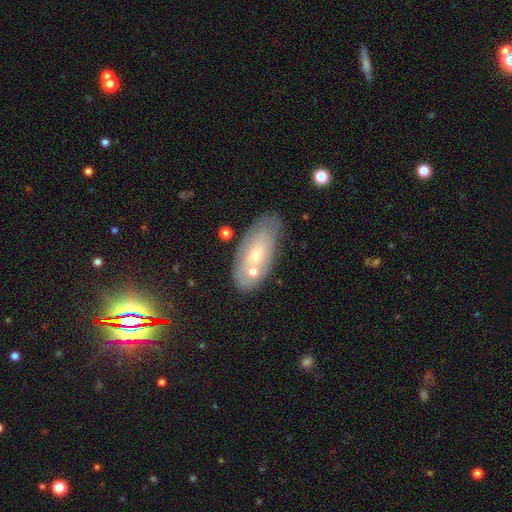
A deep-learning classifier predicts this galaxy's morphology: smooth-or-featured: smooth: 49% | featured or disk: 42% | star or artifact: 9%
  merging: none: 58% | minor disturbance: 20% | merger: 16% | major disturbance: 6%